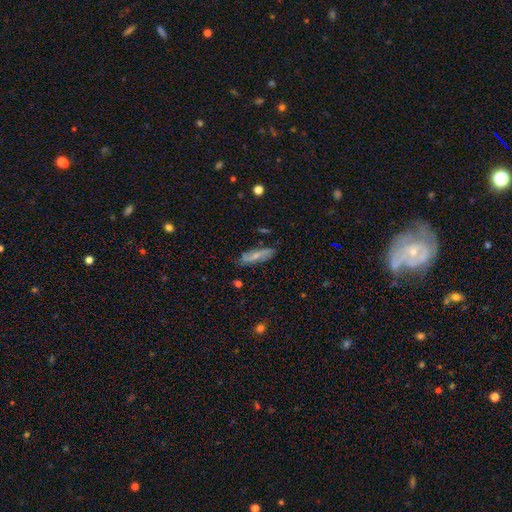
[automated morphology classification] Q: Smooth or featured?
A: featured or disk (46%); runner-up: smooth (45%)
Q: Merging?
A: none (77%); runner-up: minor disturbance (17%)